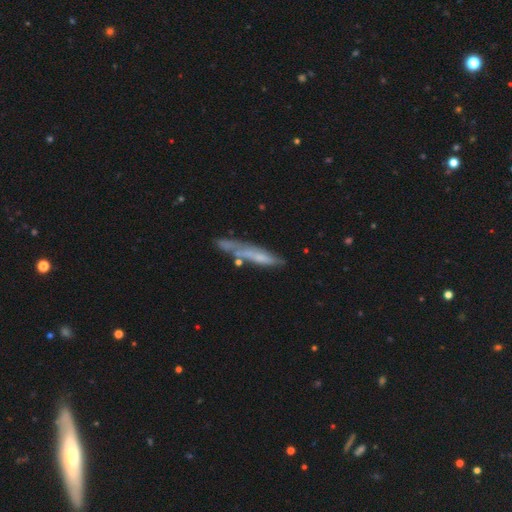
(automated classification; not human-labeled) Morphology: type=smooth (48%); merging=none (56%).